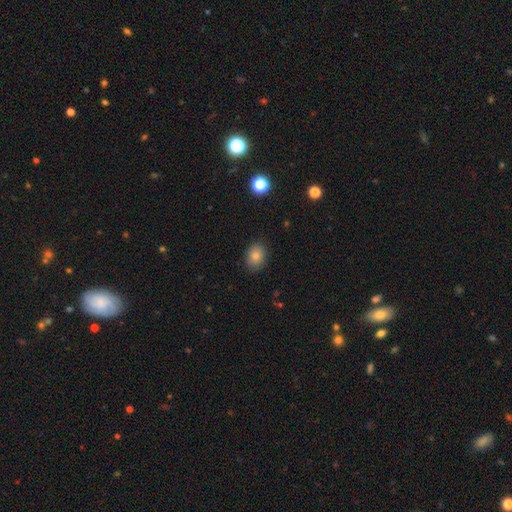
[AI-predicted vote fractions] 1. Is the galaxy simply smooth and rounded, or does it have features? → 82% smooth, 10% star or artifact, 8% featured or disk.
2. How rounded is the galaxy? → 63% in between, 36% round, 1% cigar-shaped.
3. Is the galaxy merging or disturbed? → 87% none, 10% minor disturbance, 2% major disturbance, 1% merger.